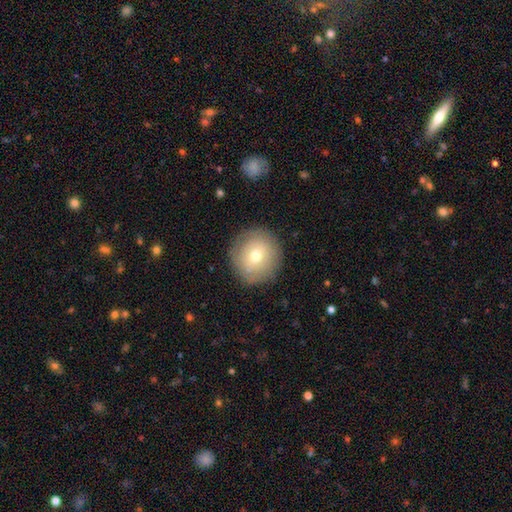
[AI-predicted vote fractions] Smooth or featured? smooth (70%)
How rounded? round (94%)
Merging? none (86%)